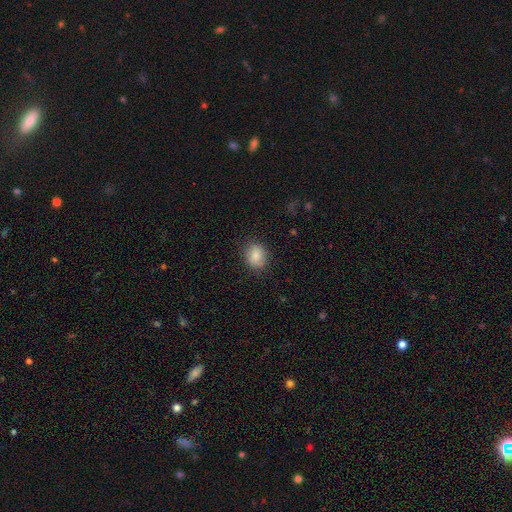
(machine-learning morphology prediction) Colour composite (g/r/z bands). It shows a smooth galaxy with no disk features (86%) that is round (56%). Merging: none (83%).